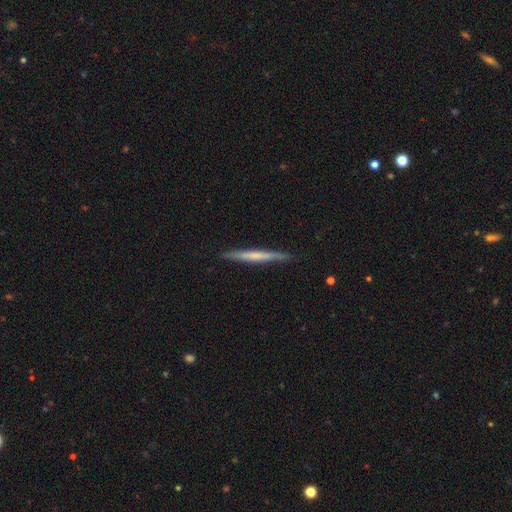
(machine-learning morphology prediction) The model was most divided on "smooth or featured": featured or disk: 48%, smooth: 47%, star or artifact: 6%. More confident: merging — none (90%).